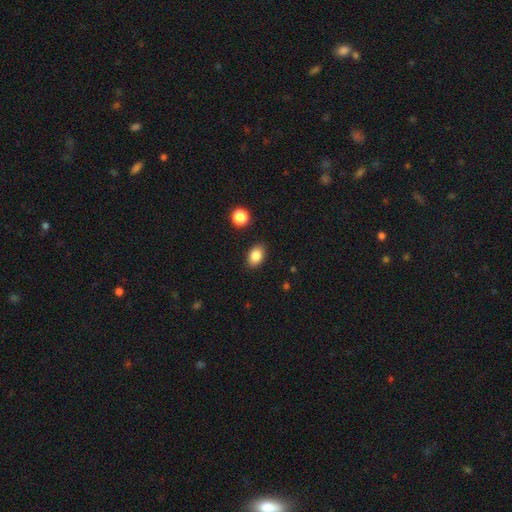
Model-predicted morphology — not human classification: smooth 85%, star or artifact 9%, featured or disk 6%. Down the decision tree: how rounded — in between (83%); merging — none (88%).